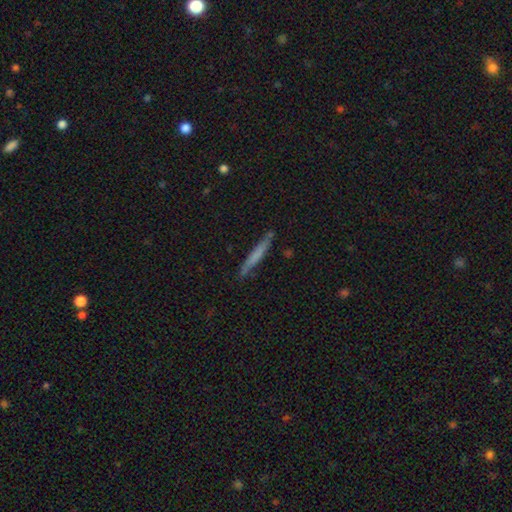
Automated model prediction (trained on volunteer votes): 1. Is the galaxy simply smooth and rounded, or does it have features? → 62% smooth, 32% featured or disk, 6% star or artifact.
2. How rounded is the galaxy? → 96% cigar-shaped, 3% in between, 1% round.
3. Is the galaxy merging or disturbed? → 83% none, 13% minor disturbance, 2% merger, 2% major disturbance.